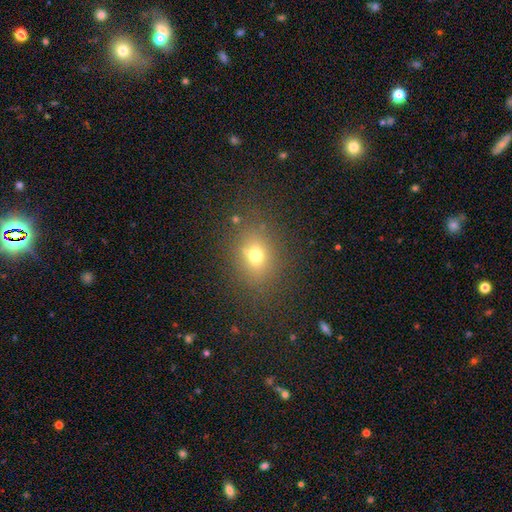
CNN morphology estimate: This appears to be a smooth galaxy with no disk features (67%) that is round (50%). Merging: none (75%).